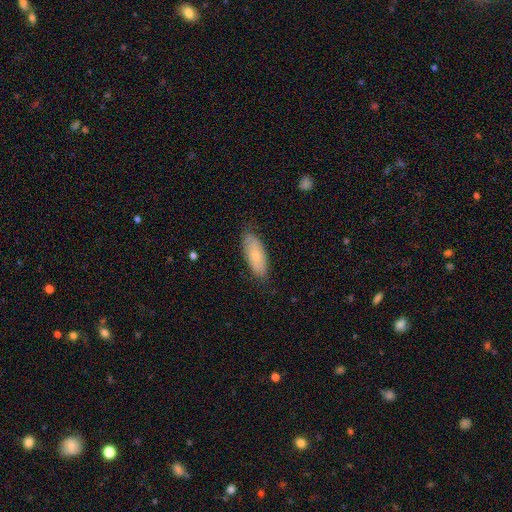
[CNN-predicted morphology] A smooth galaxy with no disk features (62%) that is in between round and cigar-shaped (79%).

Vote fractions:
- Smooth or featured? smooth: 62% / featured or disk: 32% / star or artifact: 6%
- How rounded? in between: 79% / cigar-shaped: 18% / round: 2%
- Merging? none: 76% / minor disturbance: 19% / major disturbance: 4% / merger: 1%